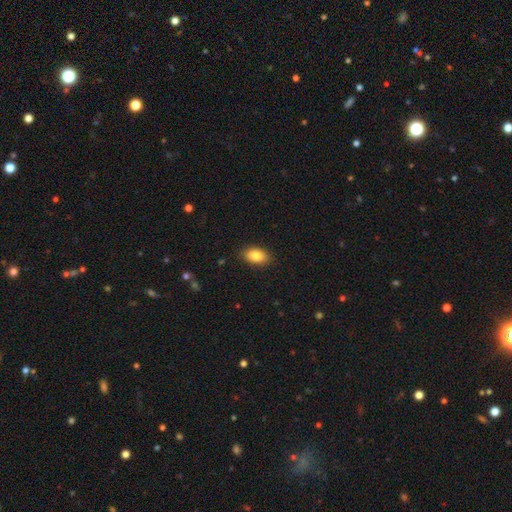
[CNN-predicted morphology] Overall: smooth (85%). How rounded: in between (91%). Merging: none (87%).